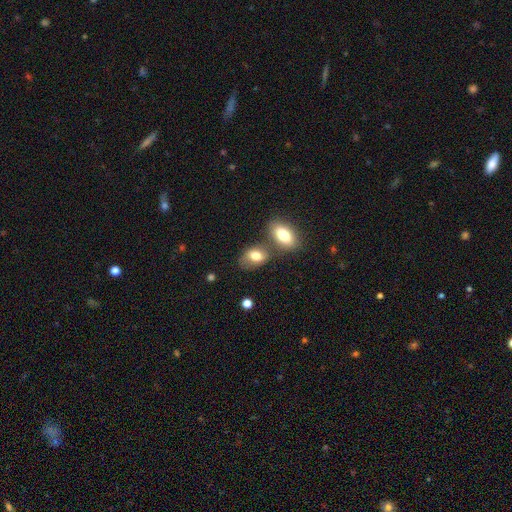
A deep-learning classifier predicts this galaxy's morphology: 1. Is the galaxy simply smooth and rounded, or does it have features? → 77% smooth, 15% featured or disk, 8% star or artifact.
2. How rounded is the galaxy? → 84% in between, 14% round, 2% cigar-shaped.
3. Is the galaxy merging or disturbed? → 49% none, 27% merger, 17% minor disturbance, 6% major disturbance.